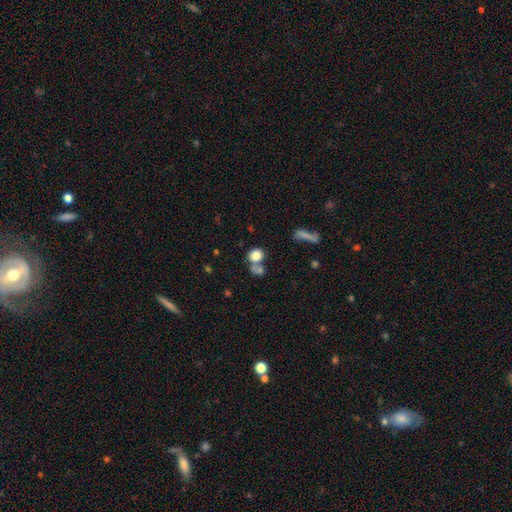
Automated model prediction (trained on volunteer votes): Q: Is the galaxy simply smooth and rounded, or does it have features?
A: smooth — 80%.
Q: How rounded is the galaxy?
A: round — 72%.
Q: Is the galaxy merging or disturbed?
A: none — 45%.